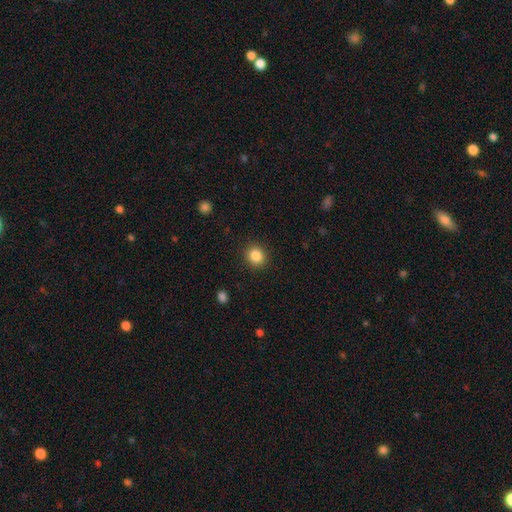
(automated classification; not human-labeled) Q: Smooth or featured?
A: smooth (86%); runner-up: star or artifact (10%)
Q: How rounded?
A: round (82%); runner-up: in between (18%)
Q: Merging?
A: none (90%); runner-up: minor disturbance (7%)